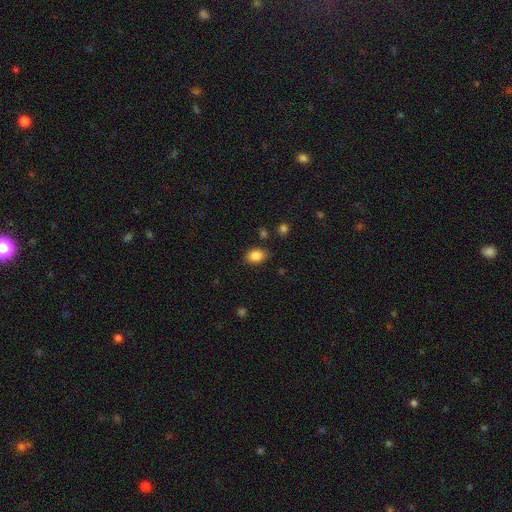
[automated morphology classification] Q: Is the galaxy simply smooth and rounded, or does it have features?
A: smooth — 86%.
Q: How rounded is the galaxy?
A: in between — 80%.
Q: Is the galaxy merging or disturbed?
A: none — 80%.